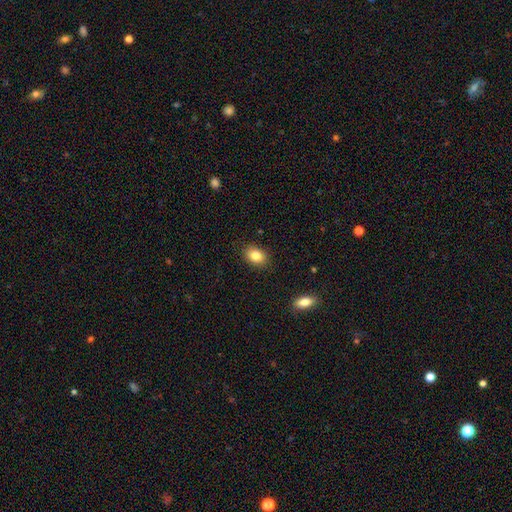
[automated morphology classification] This is clearly a smooth galaxy (84%). How rounded: likely in between (72%). Merging: clearly none (88%).